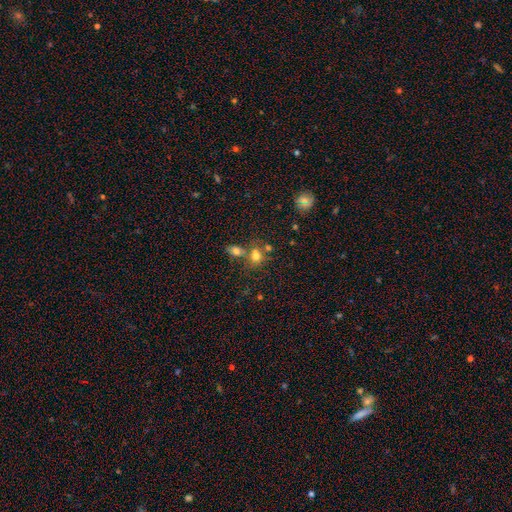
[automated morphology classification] smooth 71%, star or artifact 16%, featured or disk 13%. Down the decision tree: how rounded — round (51%); merging — merger (42%, tied with none).